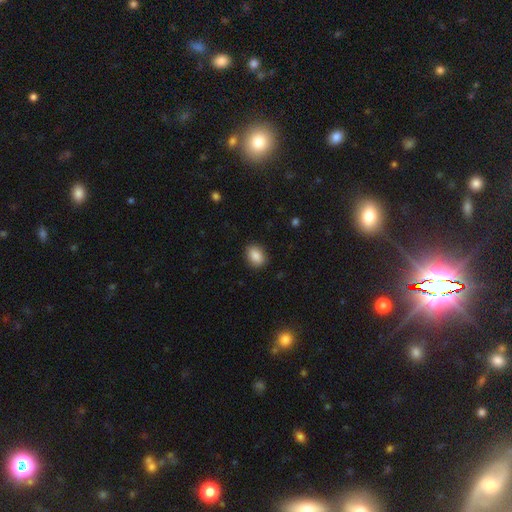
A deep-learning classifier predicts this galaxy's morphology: smooth 88%, star or artifact 8%, featured or disk 4%. Down the decision tree: how rounded — in between (70%); merging — none (86%).